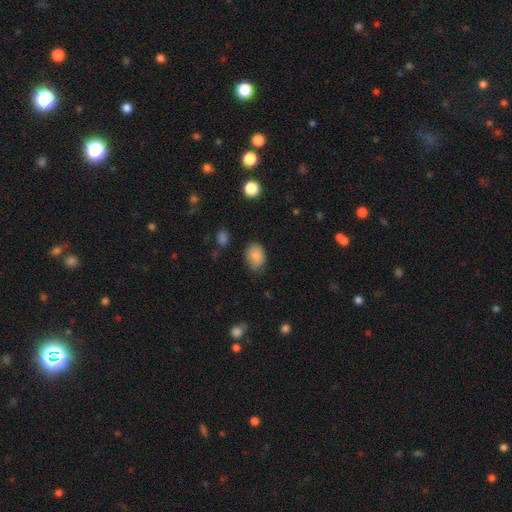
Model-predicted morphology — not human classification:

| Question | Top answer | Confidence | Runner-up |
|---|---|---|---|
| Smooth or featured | smooth | 85% | star or artifact (8%) |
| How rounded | in between | 74% | round (25%) |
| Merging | none | 71% | minor disturbance (23%) |